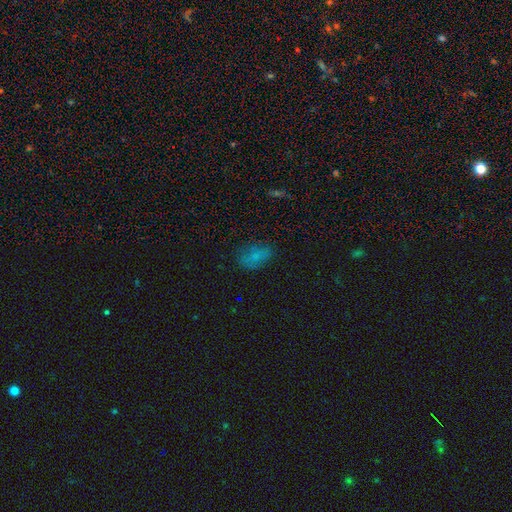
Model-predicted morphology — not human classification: This is likely a smooth galaxy (67%). How rounded: clearly in between (85%). Merging: likely none (74%).